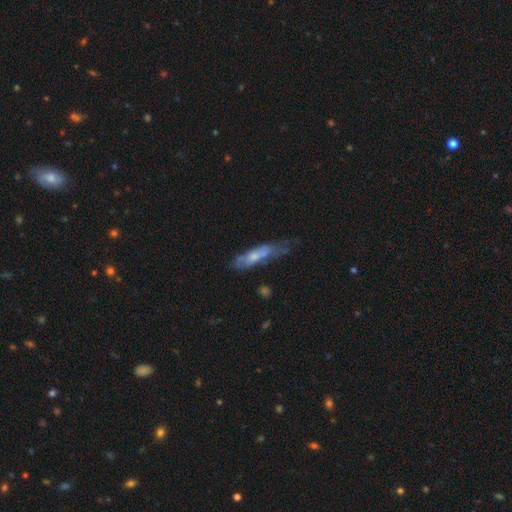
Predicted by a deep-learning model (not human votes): smooth_or_featured: smooth (p=0.50) [alt: featured or disk p=0.43]
how_rounded: cigar-shaped (p=0.69) [alt: in between p=0.29]
merging: none (p=0.37) [alt: minor disturbance p=0.31]